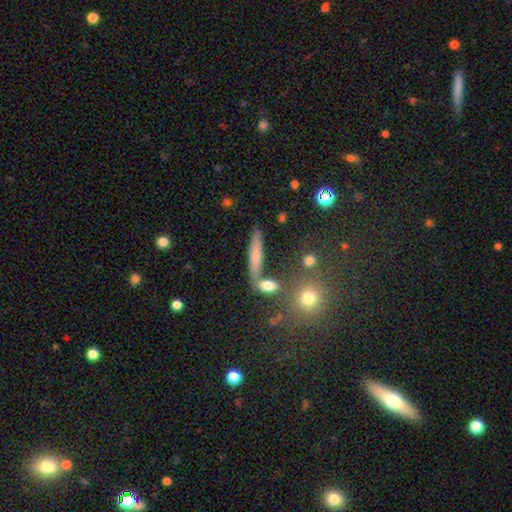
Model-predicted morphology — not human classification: smooth 66%, featured or disk 24%, star or artifact 10%. Down the decision tree: how rounded — cigar-shaped (77%); merging — none (69%).